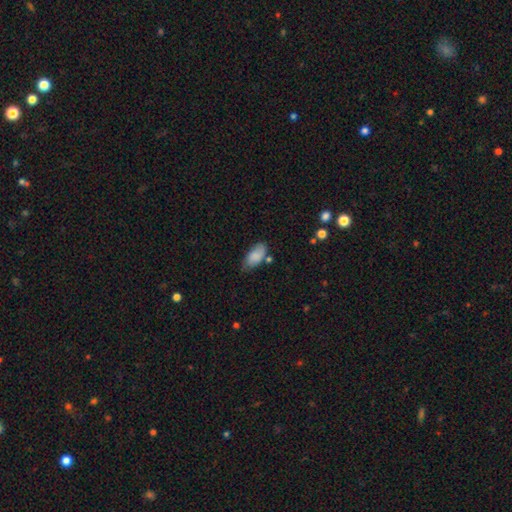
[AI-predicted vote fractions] Morphology: type=smooth (86%); roundness=in between (92%); merging=none (62%).